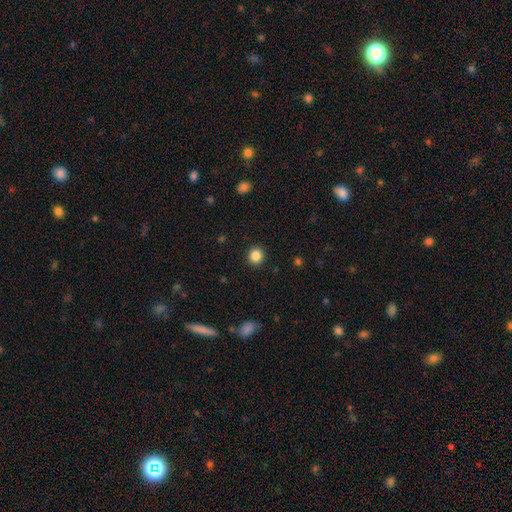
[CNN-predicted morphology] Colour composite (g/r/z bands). It shows a smooth galaxy with no disk features (86%) that is round (89%). Merging: none (92%).